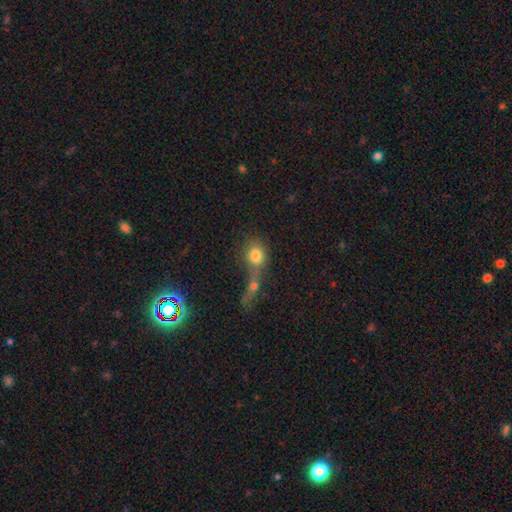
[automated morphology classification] Smooth or featured?
  - smooth: 78% *
  - featured or disk: 11%
  - star or artifact: 11%
How rounded?
  - round: 66% *
  - in between: 32%
  - cigar-shaped: 3%
Merging?
  - merger: 53% *
  - none: 30%
  - minor disturbance: 9%
  - major disturbance: 8%